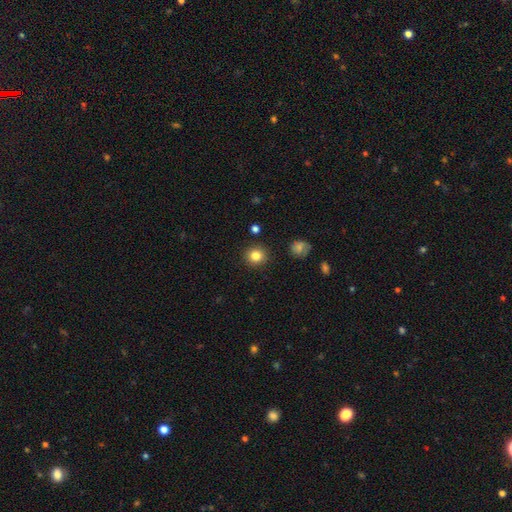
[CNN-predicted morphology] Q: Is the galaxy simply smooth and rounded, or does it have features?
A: smooth — 83%.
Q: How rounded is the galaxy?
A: round — 90%.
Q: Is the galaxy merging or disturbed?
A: none — 90%.